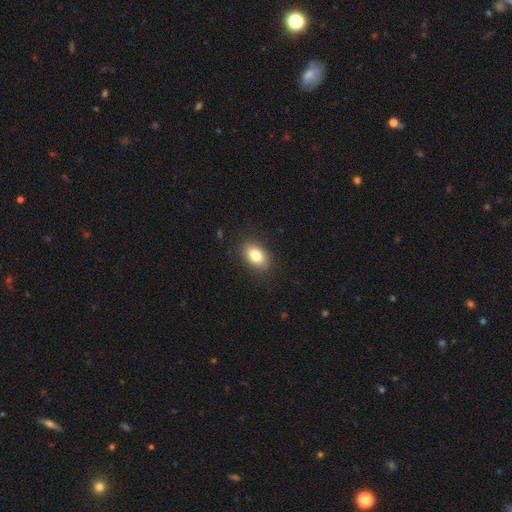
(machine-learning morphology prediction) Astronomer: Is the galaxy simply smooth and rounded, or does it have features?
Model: smooth — 82%.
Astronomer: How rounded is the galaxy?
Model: in between — 86%.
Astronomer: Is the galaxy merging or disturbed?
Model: none — 88%.